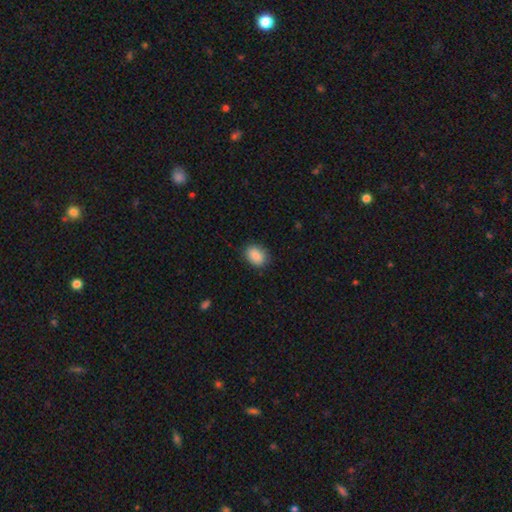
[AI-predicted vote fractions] Smooth or featured? Predicted: smooth (p=0.88). How rounded? Predicted: in between (p=0.69). Merging? Predicted: none (p=0.85).